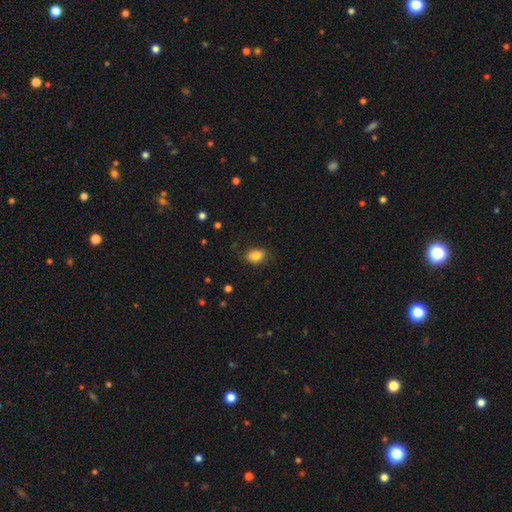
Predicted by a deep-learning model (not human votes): Q: Smooth or featured?
A: smooth (85%); runner-up: star or artifact (9%)
Q: How rounded?
A: in between (77%); runner-up: round (21%)
Q: Merging?
A: none (75%); runner-up: minor disturbance (19%)